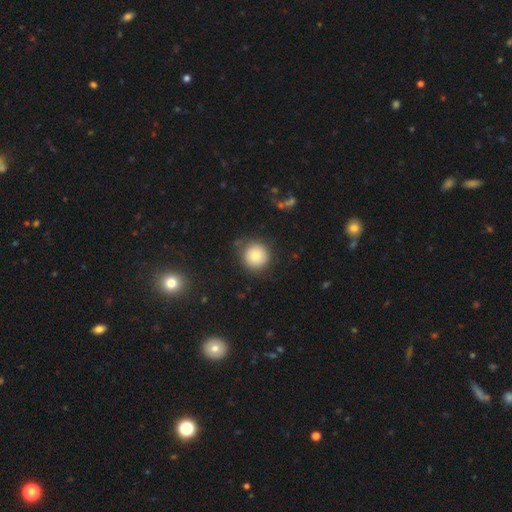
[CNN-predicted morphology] This is clearly a smooth galaxy (81%). How rounded: clearly round (95%). Merging: clearly none (81%).